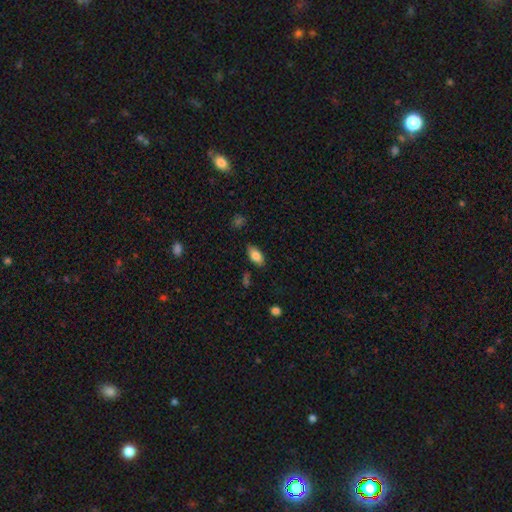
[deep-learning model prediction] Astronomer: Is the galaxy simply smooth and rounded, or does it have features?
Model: smooth — 81%.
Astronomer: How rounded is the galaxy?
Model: in between — 90%.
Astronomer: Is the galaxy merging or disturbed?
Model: none — 82%.